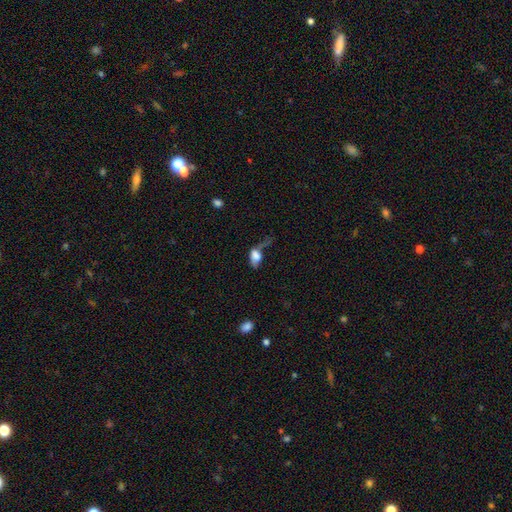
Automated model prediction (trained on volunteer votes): Smooth or featured?
  - smooth: 71% *
  - featured or disk: 18%
  - star or artifact: 12%
How rounded?
  - in between: 85% *
  - round: 10%
  - cigar-shaped: 5%
Merging?
  - major disturbance: 39% *
  - none: 23%
  - minor disturbance: 22%
  - merger: 16%